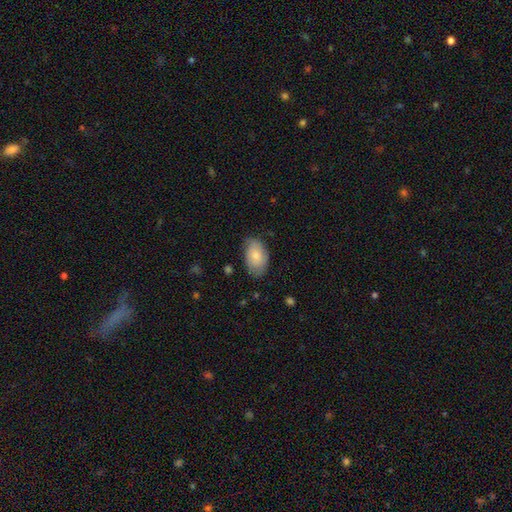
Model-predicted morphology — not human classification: This appears to be a smooth galaxy with no disk features (76%) that is in between round and cigar-shaped (92%). Merging: none (70%).